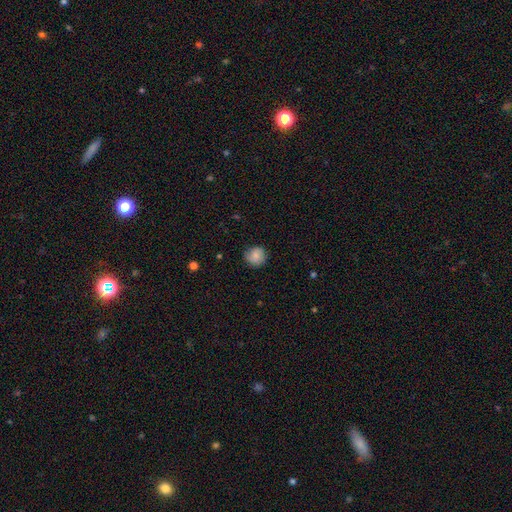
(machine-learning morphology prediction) A smooth galaxy with no disk features (83%) that is round (91%). Merging: none (82%).